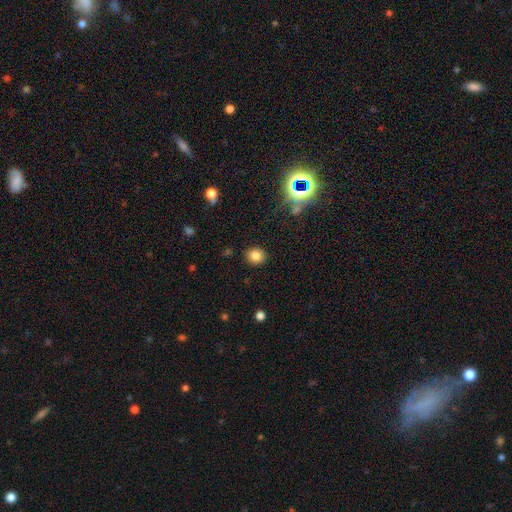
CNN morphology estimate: smooth_or_featured: smooth (p=0.82) [alt: star or artifact p=0.12]
how_rounded: round (p=0.70) [alt: in between p=0.29]
merging: none (p=0.89) [alt: minor disturbance p=0.07]